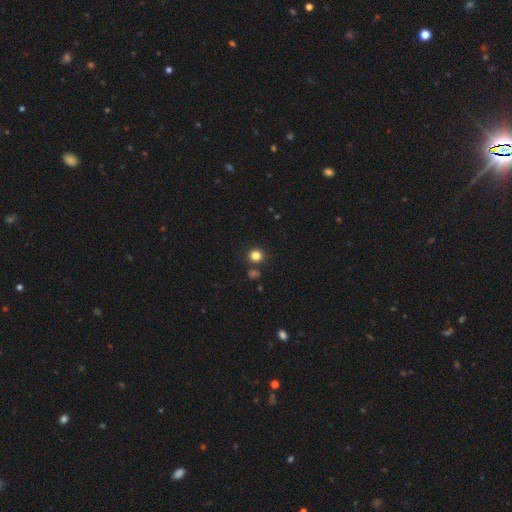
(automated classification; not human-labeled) smooth-or-featured: smooth: 81% | star or artifact: 14% | featured or disk: 5%
  how-rounded: round: 92% | in between: 7% | cigar-shaped: 1%
  merging: none: 83% | merger: 8% | minor disturbance: 7% | major disturbance: 3%